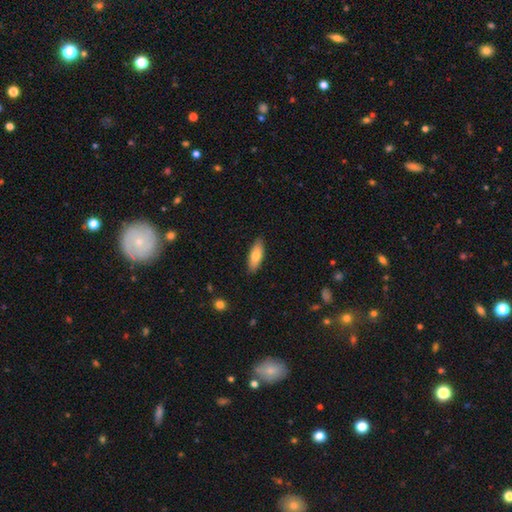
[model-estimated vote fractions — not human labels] Smooth or featured? Predicted: smooth (p=0.76). How rounded? Predicted: in between (p=0.67). Merging? Predicted: none (p=0.87).